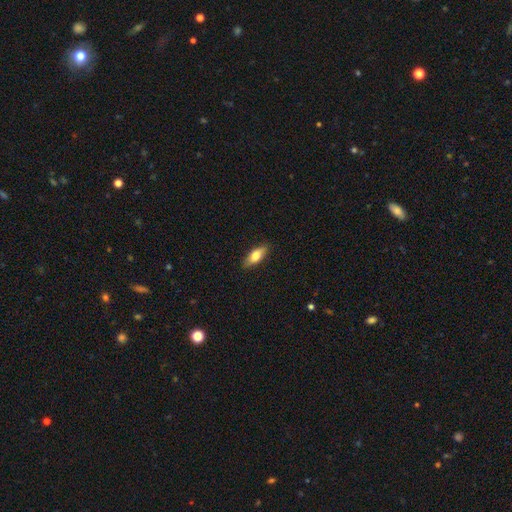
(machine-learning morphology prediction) smooth_or_featured: smooth (p=0.74) [alt: featured or disk p=0.19]
how_rounded: in between (p=0.76) [alt: cigar-shaped p=0.21]
merging: none (p=0.86) [alt: minor disturbance p=0.11]